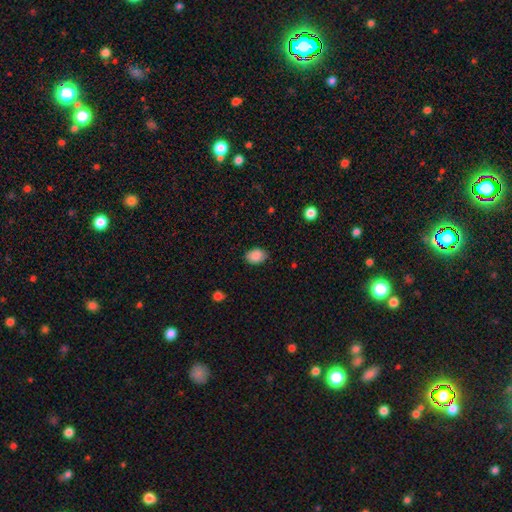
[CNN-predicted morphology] type=smooth (88%); roundness=in between (73%); merging=none (83%).